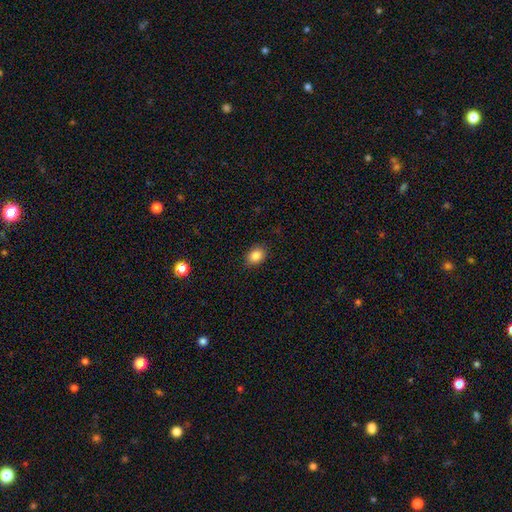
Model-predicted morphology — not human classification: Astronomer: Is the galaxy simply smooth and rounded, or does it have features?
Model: smooth — 85%.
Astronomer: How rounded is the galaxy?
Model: in between — 66%.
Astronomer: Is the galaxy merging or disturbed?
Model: none — 87%.